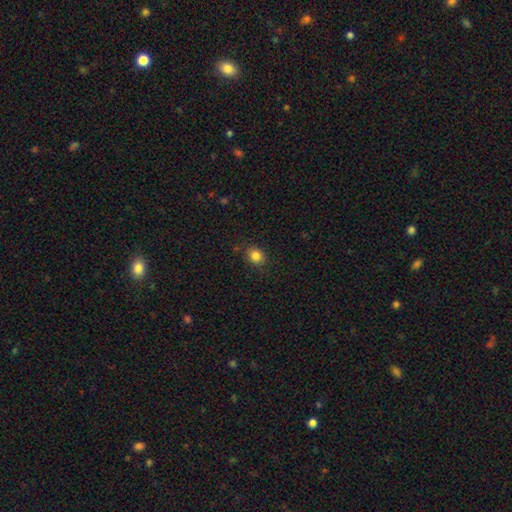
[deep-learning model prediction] This appears to be a smooth galaxy with no disk features (84%) that is round (60%). Merging: none (85%).